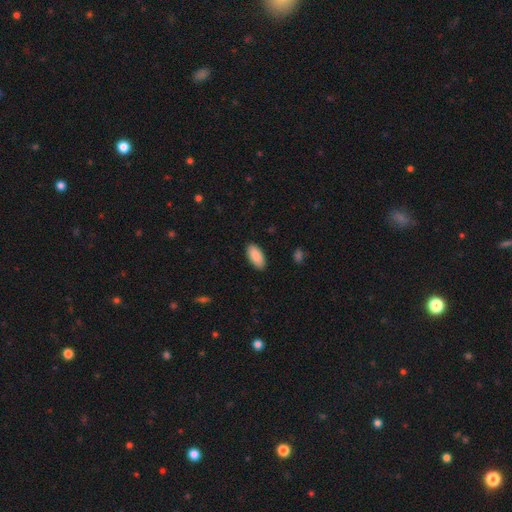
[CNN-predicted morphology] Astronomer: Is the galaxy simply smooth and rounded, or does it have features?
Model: smooth — 91%.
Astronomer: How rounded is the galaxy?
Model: in between — 92%.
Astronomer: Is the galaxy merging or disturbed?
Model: none — 89%.